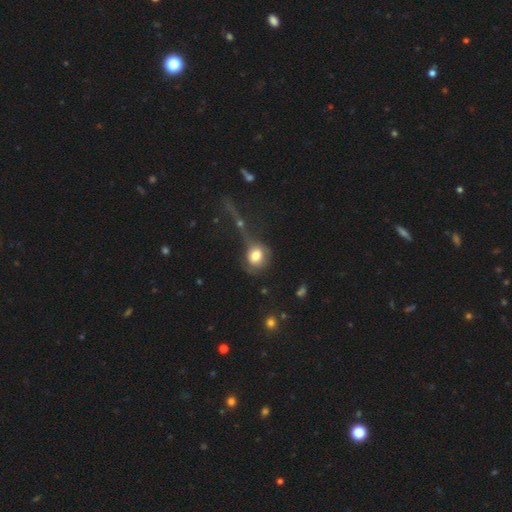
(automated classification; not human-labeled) Q: Smooth or featured?
A: smooth (73%); runner-up: featured or disk (16%)
Q: How rounded?
A: round (66%); runner-up: in between (33%)
Q: Merging?
A: none (36%); runner-up: major disturbance (27%)